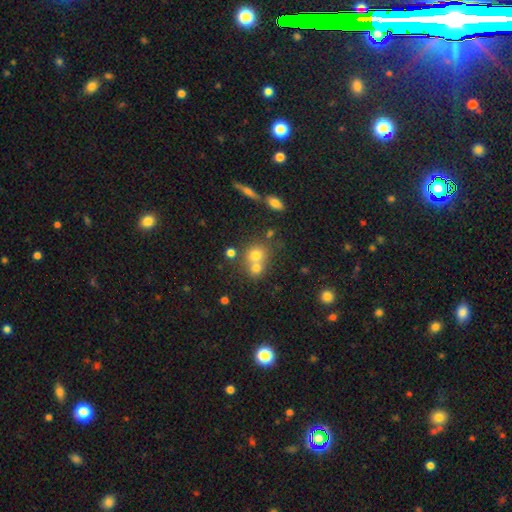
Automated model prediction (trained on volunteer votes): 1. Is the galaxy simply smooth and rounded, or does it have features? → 69% smooth, 16% featured or disk, 15% star or artifact.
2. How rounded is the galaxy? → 73% round, 25% in between, 1% cigar-shaped.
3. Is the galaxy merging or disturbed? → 53% merger, 37% none, 7% minor disturbance, 3% major disturbance.